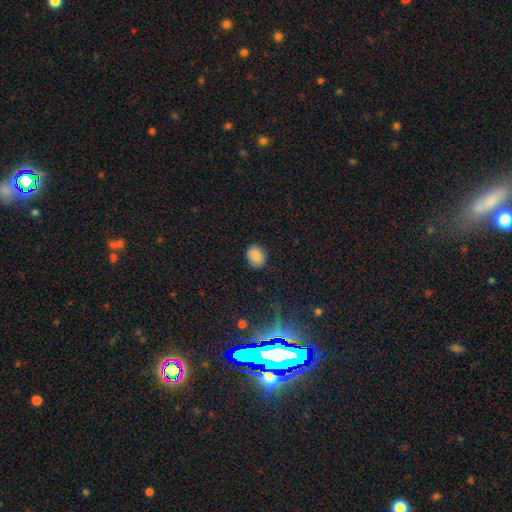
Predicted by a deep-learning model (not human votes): A smooth galaxy with no disk features (87%) that is round (50%). Merging: none (86%).